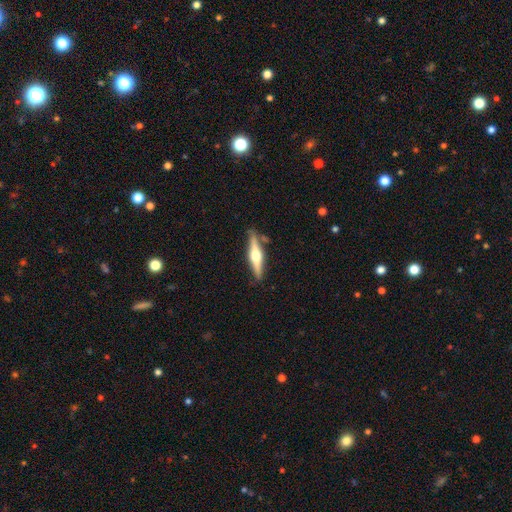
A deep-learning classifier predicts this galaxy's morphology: Smooth or featured: featured or disk — 69% (smooth — 26%)
Edge-on disk: yes — 97% (no — 3%)
Edge-on bulge: rounded — 94% (boxy — 4%)
Merging: none — 82% (minor disturbance — 12%)